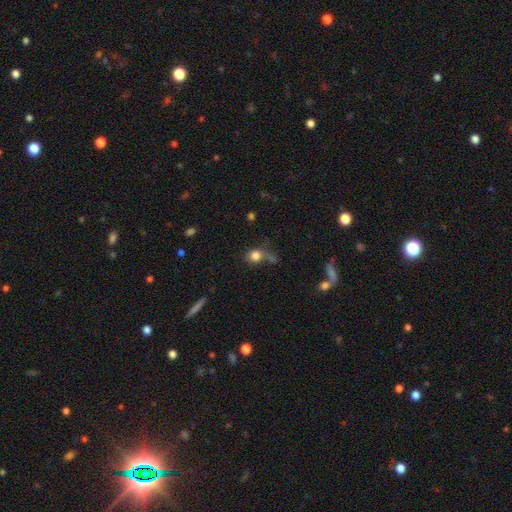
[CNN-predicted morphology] smooth 78%, star or artifact 11%, featured or disk 11%. Down the decision tree: how rounded — round (66%); merging — none (41%).